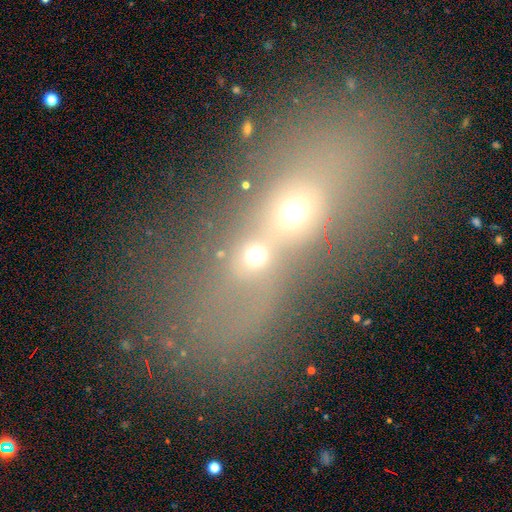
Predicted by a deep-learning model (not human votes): smooth_or_featured: smooth (p=0.65) [alt: star or artifact p=0.21]
how_rounded: round (p=0.72) [alt: in between p=0.26]
merging: merger (p=0.68) [alt: none p=0.22]